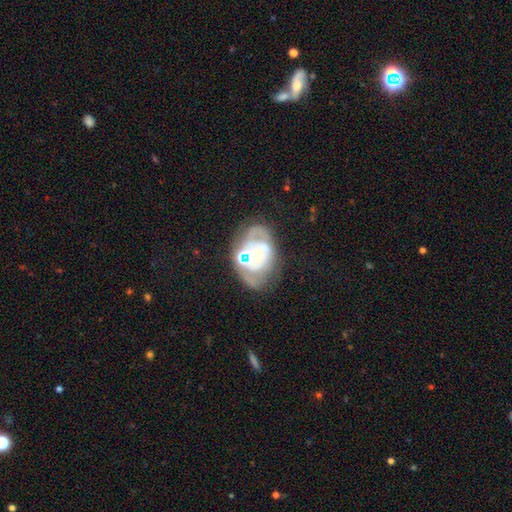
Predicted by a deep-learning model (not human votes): Smooth or featured: featured or disk — 77% (smooth — 15%)
Edge-on disk: no — 96% (yes — 4%)
Bar: no — 70% (weak — 22%)
Spiral arms: yes — 68% (no — 32%)
Spiral winding: tight — 59% (medium — 30%)
Spiral arm count: 2 — 41% (can't tell — 37%)
Bulge size: moderate — 47% (small — 46%)
Merging: none — 53% (minor disturbance — 21%)